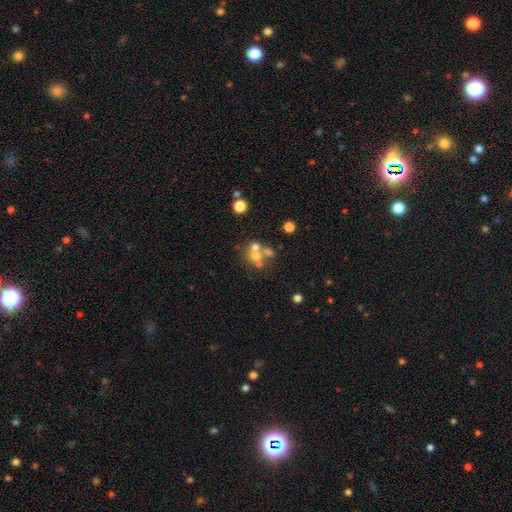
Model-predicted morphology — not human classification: smooth-or-featured: smooth: 54% | featured or disk: 27% | star or artifact: 19%
  how-rounded: round: 78% | in between: 21% | cigar-shaped: 1%
  merging: merger: 47% | none: 39% | minor disturbance: 8% | major disturbance: 7%